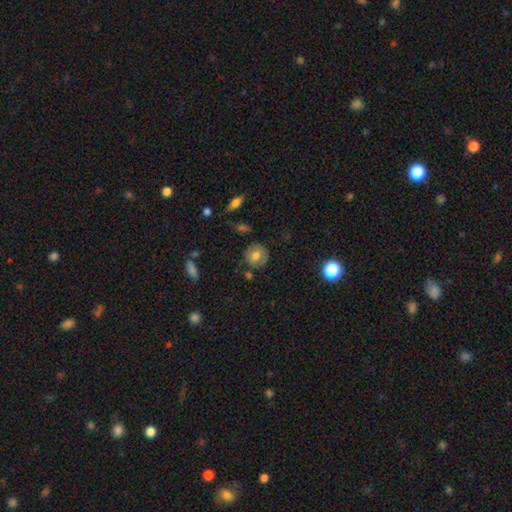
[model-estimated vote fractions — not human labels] smooth_or_featured: smooth (p=0.66) [alt: featured or disk p=0.26]
how_rounded: round (p=0.89) [alt: in between p=0.10]
merging: none (p=0.81) [alt: minor disturbance p=0.12]